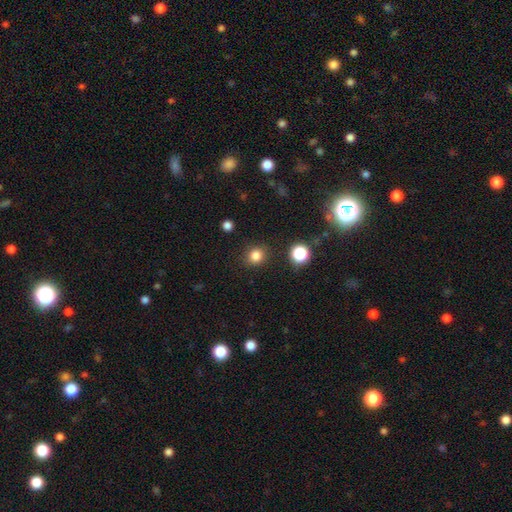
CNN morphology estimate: This appears to be a smooth galaxy with no disk features (83%) that is round (80%). Merging: none (88%).